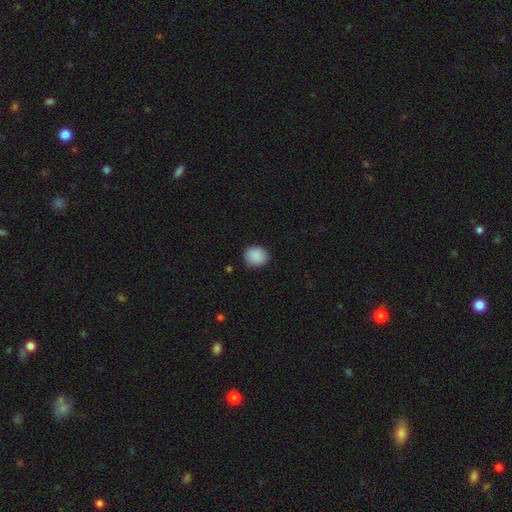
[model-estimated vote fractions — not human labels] Overall: smooth (89%). How rounded: round (74%). Merging: none (85%).